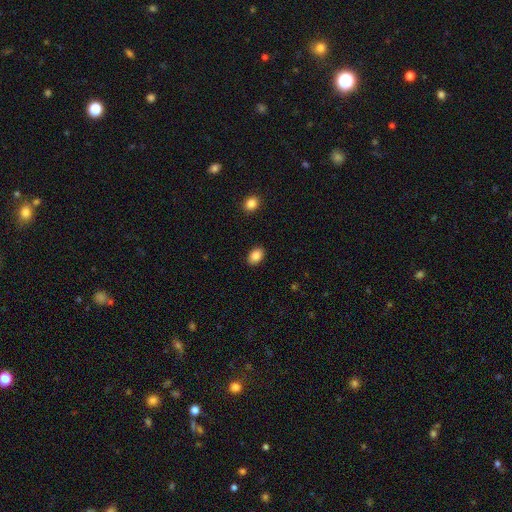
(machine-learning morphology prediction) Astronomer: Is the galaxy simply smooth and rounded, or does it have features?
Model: smooth — 87%.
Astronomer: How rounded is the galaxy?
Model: in between — 84%.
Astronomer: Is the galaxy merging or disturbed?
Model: none — 89%.